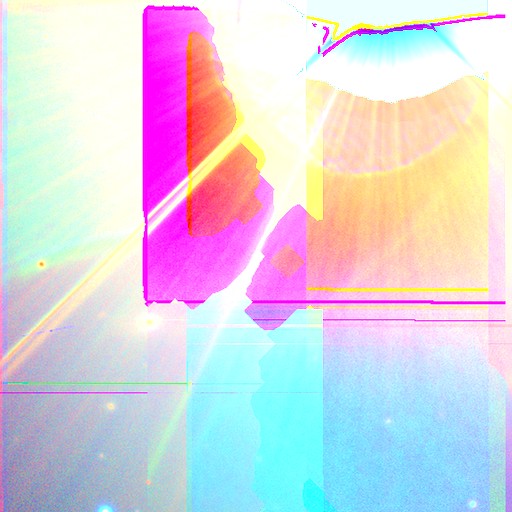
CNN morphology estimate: This appears to be a star or artifact, not a galaxy (77%).